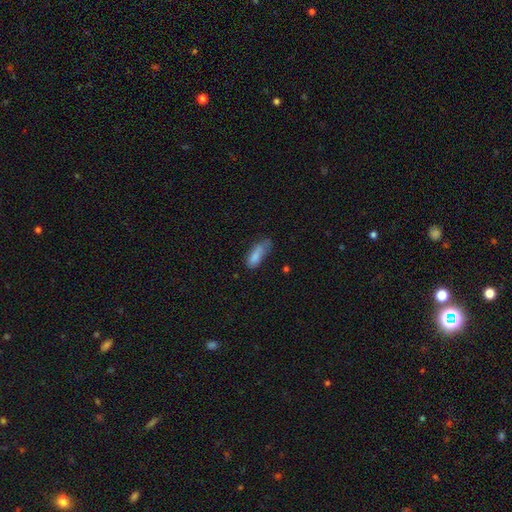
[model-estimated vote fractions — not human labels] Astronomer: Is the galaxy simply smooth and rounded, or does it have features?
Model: smooth — 81%.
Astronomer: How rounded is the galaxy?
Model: in between — 69%.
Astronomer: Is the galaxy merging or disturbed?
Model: minor disturbance — 39% (runner-up: none, 35%).